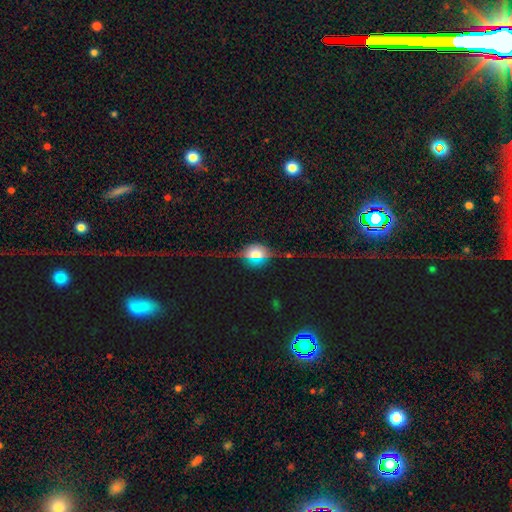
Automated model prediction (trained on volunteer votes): Smooth or featured: featured or disk — 55% (smooth — 23%)
Edge-on disk: yes — 80% (no — 20%)
Merging: none — 74% (minor disturbance — 13%)